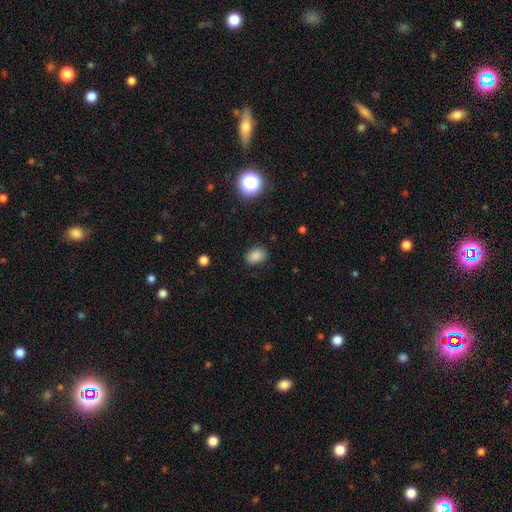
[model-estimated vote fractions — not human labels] Smooth or featured? smooth (84%)
How rounded? in between (76%)
Merging? none (83%)